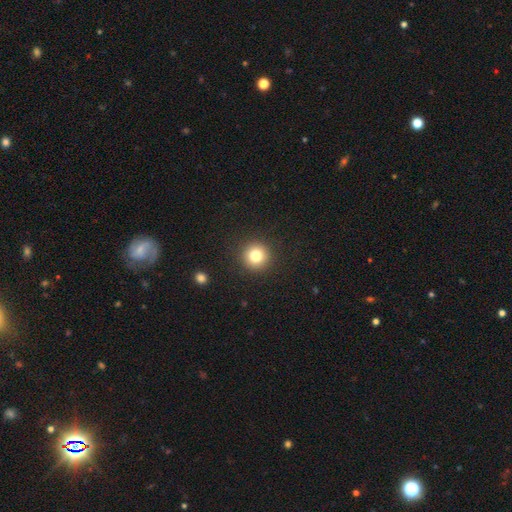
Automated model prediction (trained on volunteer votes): Overall: smooth (79%). How rounded: round (96%). Merging: none (92%).